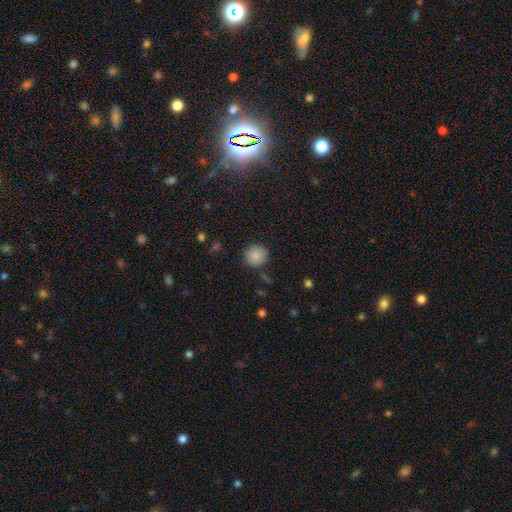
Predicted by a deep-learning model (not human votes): smooth-or-featured: smooth: 86% | star or artifact: 9% | featured or disk: 5%
  how-rounded: round: 94% | in between: 5% | cigar-shaped: 1%
  merging: none: 87% | minor disturbance: 9% | major disturbance: 2% | merger: 2%